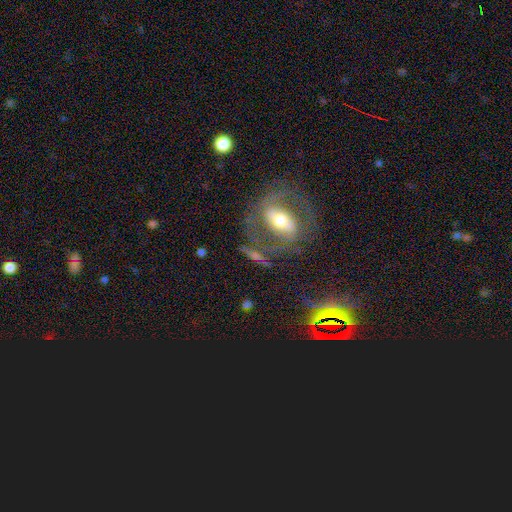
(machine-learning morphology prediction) Q: Smooth or featured?
A: featured or disk (57%); runner-up: smooth (25%)
Q: Edge-on disk?
A: no (68%); runner-up: yes (32%)
Q: Merging?
A: none (65%); runner-up: minor disturbance (15%)